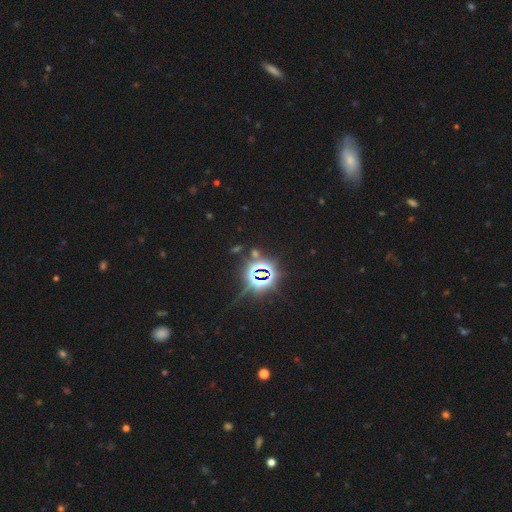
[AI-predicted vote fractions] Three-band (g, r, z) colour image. It shows a star or artifact, not a galaxy (83%).